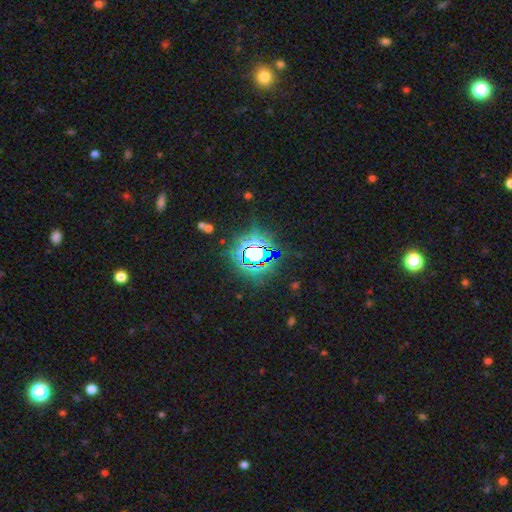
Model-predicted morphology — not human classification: Smooth or featured: star or artifact — 82% (smooth — 11%)